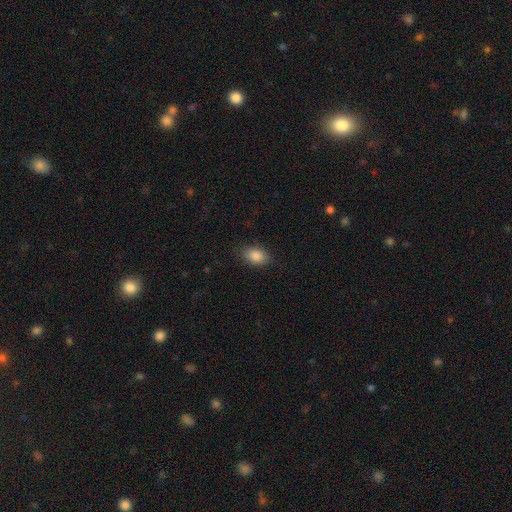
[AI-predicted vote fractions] smooth_or_featured: smooth (p=0.87) [alt: star or artifact p=0.08]
how_rounded: in between (p=0.84) [alt: round p=0.15]
merging: none (p=0.85) [alt: minor disturbance p=0.11]